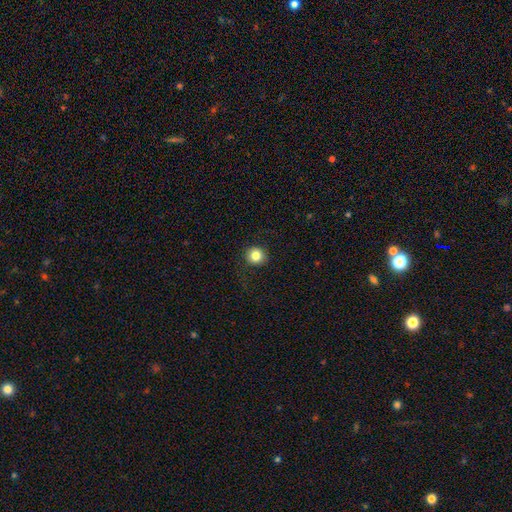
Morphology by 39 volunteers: type=smooth (82%); roundness=round (100%); merging=none (97%).